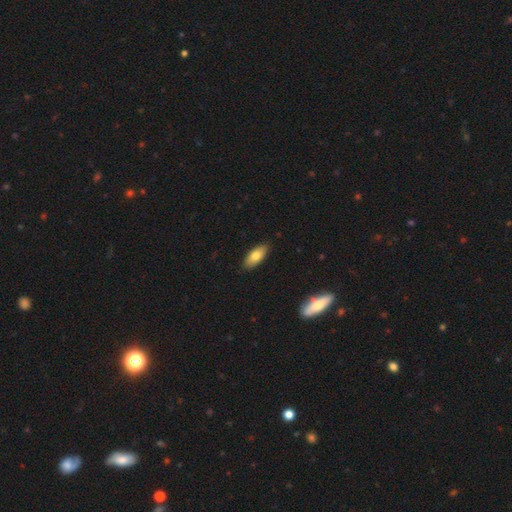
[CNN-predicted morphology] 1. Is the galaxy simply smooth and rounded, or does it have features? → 77% smooth, 17% featured or disk, 7% star or artifact.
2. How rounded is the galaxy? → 84% in between, 13% cigar-shaped, 2% round.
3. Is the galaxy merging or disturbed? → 87% none, 10% minor disturbance, 2% major disturbance, 1% merger.